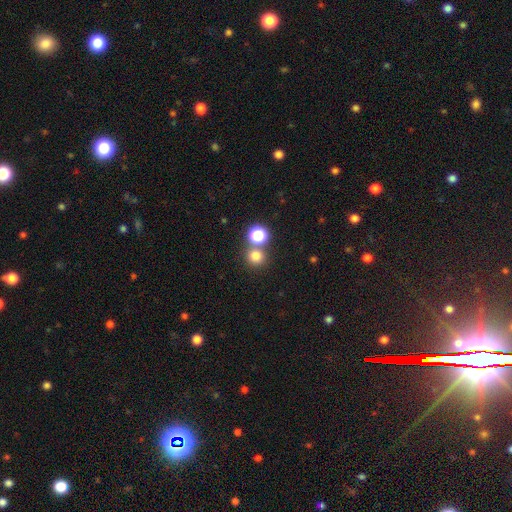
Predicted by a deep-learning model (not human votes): smooth_or_featured: smooth (p=0.77) [alt: star or artifact p=0.17]
how_rounded: round (p=0.90) [alt: in between p=0.09]
merging: none (p=0.69) [alt: merger p=0.22]